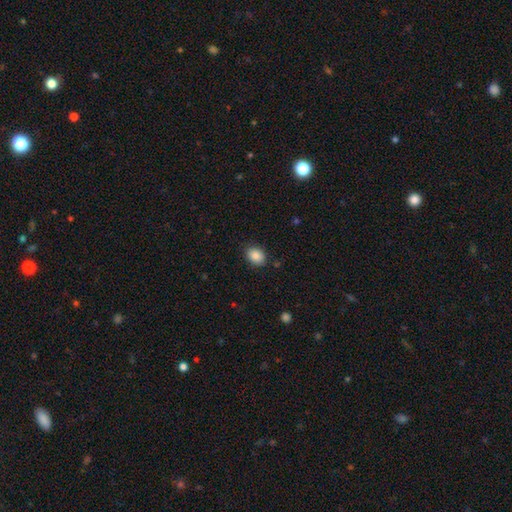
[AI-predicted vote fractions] Morphology: type=smooth (88%); roundness=in between (64%); merging=none (86%).